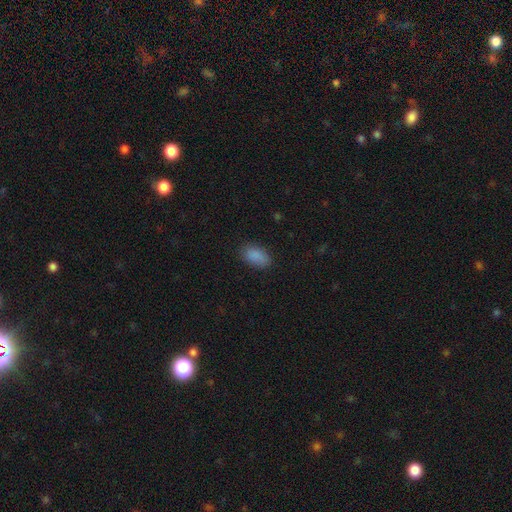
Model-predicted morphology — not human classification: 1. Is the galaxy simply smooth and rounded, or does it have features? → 88% smooth, 8% star or artifact, 4% featured or disk.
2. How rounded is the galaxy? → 92% in between, 6% round, 2% cigar-shaped.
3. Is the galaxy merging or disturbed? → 84% none, 12% minor disturbance, 3% major disturbance, 1% merger.